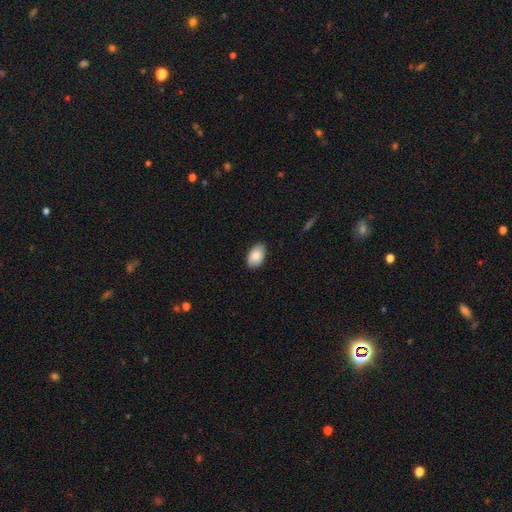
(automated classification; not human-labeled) This appears to be a smooth galaxy with no disk features (87%) that is in between round and cigar-shaped (92%). Merging: none (86%).